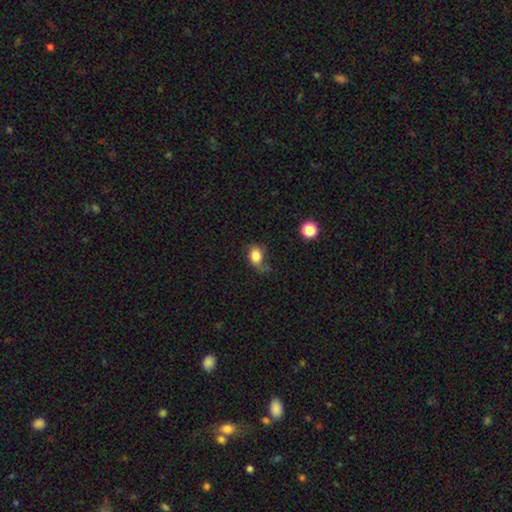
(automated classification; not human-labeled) A smooth galaxy with no disk features (79%) that is in between round and cigar-shaped (62%).

Vote fractions:
- Smooth or featured? smooth: 79% / featured or disk: 11% / star or artifact: 10%
- How rounded? in between: 62% / round: 36% / cigar-shaped: 1%
- Merging? none: 41% / minor disturbance: 32% / major disturbance: 24% / merger: 4%